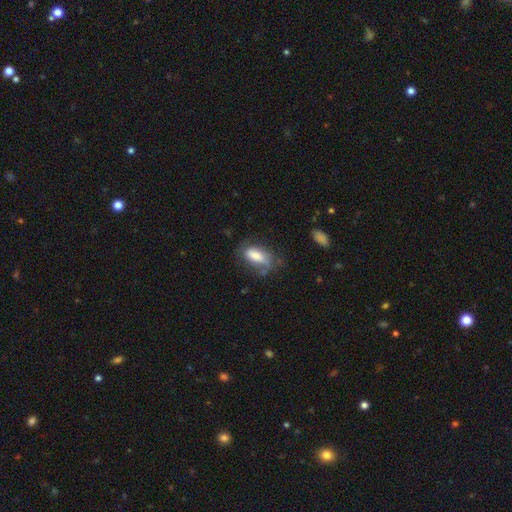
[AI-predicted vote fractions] Morphology: type=smooth (74%); roundness=in between (83%); merging=none (50%).